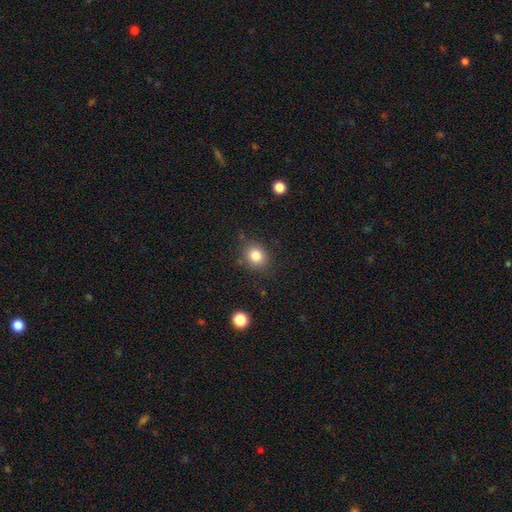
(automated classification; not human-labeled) smooth-or-featured: smooth: 83% | star or artifact: 10% | featured or disk: 6%
  how-rounded: round: 65% | in between: 34% | cigar-shaped: 1%
  merging: none: 81% | minor disturbance: 13% | major disturbance: 4% | merger: 3%